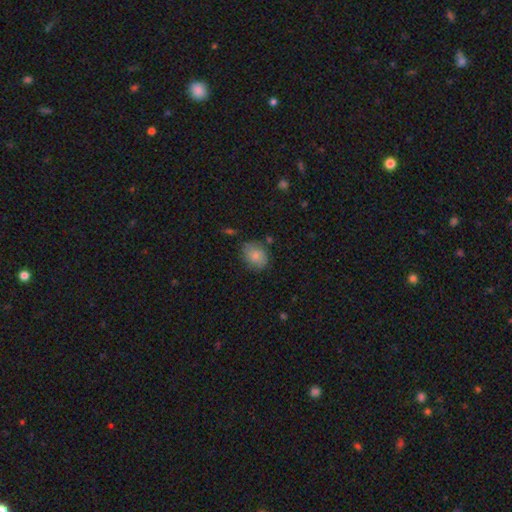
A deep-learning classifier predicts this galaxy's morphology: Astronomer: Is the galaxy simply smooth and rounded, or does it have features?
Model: smooth — 81%.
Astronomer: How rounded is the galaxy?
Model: in between — 54% (runner-up: round, 45%).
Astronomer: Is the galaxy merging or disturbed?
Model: none — 72%.